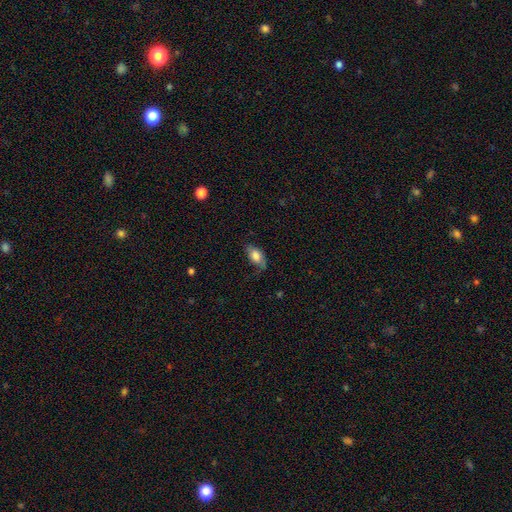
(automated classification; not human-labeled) Smooth or featured? Predicted: smooth (p=0.71). How rounded? Predicted: in between (p=0.90). Merging? Predicted: none (p=0.56).